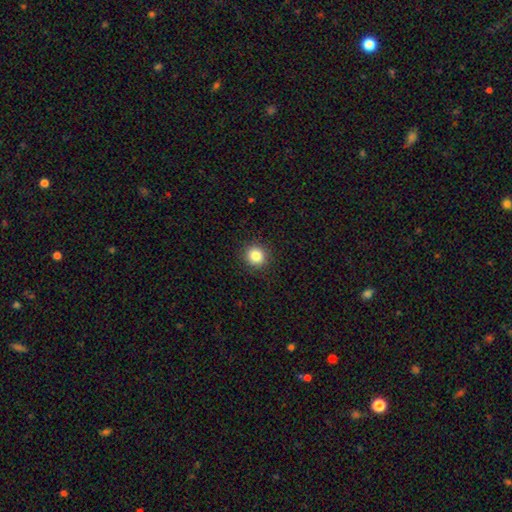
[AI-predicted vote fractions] This appears to be a smooth galaxy with no disk features (85%) that is round (90%). Merging: none (91%).